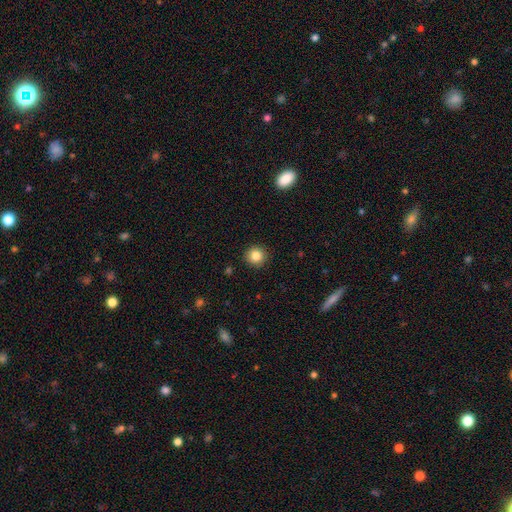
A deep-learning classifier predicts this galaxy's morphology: smooth 85%, star or artifact 10%, featured or disk 5%. Down the decision tree: how rounded — round (94%); merging — none (92%).